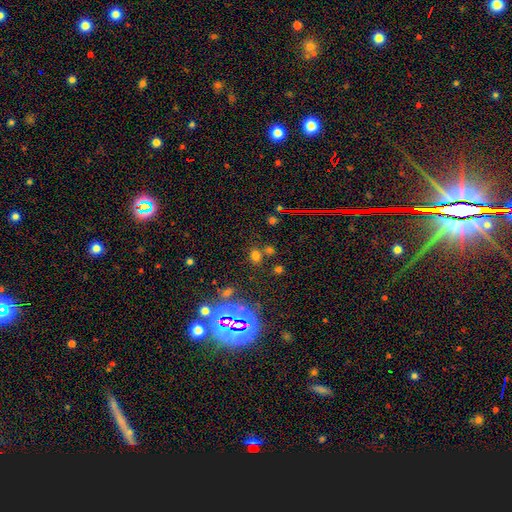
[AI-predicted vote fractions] Smooth or featured: smooth — 54% (star or artifact — 38%)
How rounded: round — 54% (in between — 44%)
Merging: none — 69% (merger — 16%)